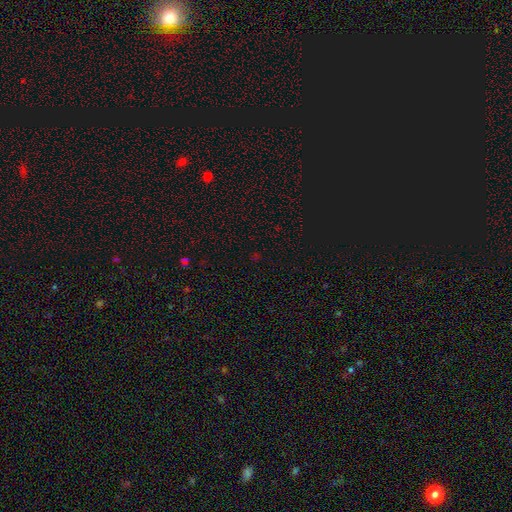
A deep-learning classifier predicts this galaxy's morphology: This appears to be a star or artifact, not a galaxy (66%).